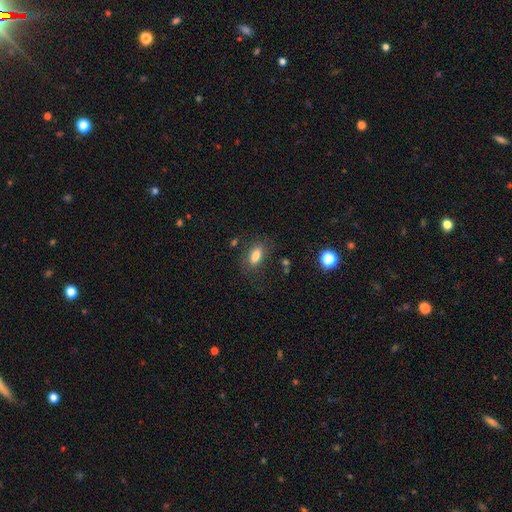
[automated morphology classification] smooth 79%, featured or disk 11%, star or artifact 10%. Down the decision tree: how rounded — in between (80%); merging — none (77%).